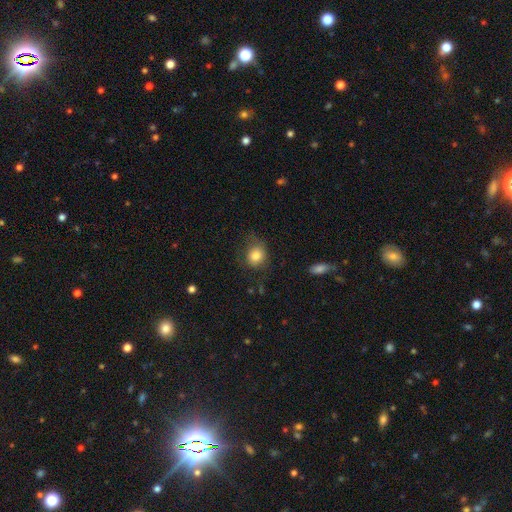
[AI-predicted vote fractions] Q: Smooth or featured?
A: smooth (81%); runner-up: featured or disk (10%)
Q: How rounded?
A: round (66%); runner-up: in between (33%)
Q: Merging?
A: none (59%); runner-up: minor disturbance (26%)